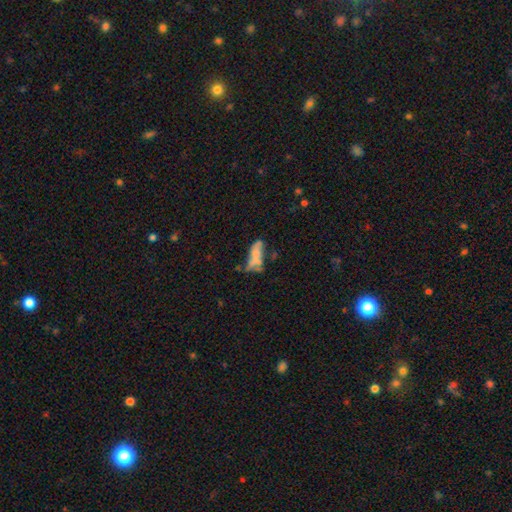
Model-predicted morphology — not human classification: Smooth or featured? Predicted: smooth (p=0.47). Merging? Predicted: merger (p=0.27, tied with none and major disturbance).